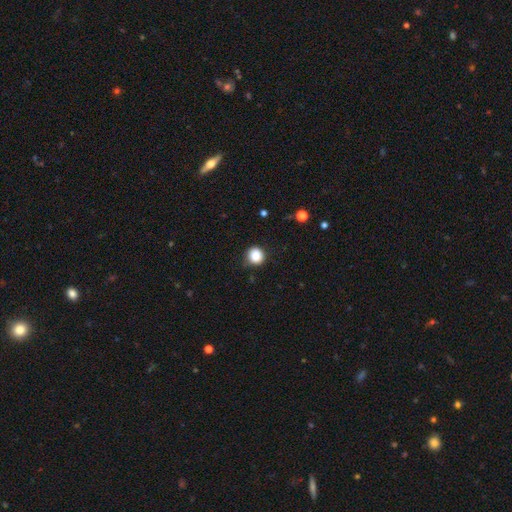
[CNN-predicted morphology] This is clearly a smooth galaxy (86%). How rounded: clearly round (89%). Merging: clearly none (84%).